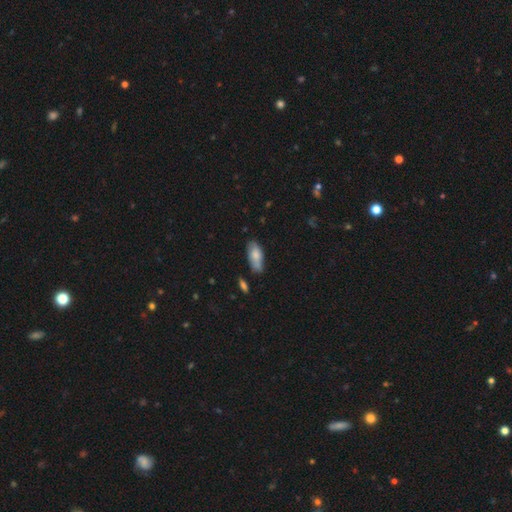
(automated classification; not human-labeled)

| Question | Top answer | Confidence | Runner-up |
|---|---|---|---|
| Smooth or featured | smooth | 74% | featured or disk (19%) |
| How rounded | in between | 86% | cigar-shaped (12%) |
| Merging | none | 60% | minor disturbance (28%) |